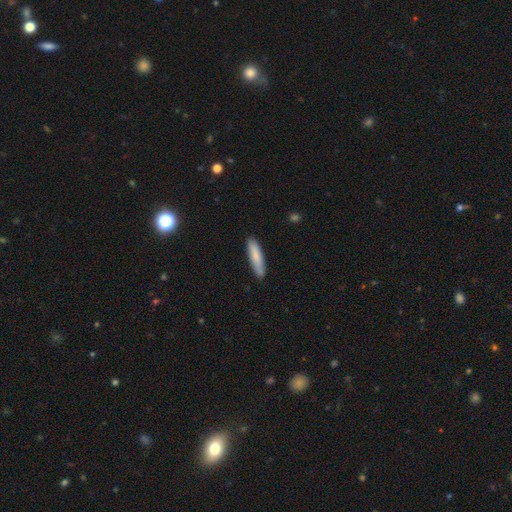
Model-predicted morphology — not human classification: type=smooth (82%); roundness=cigar-shaped (80%); merging=none (88%).